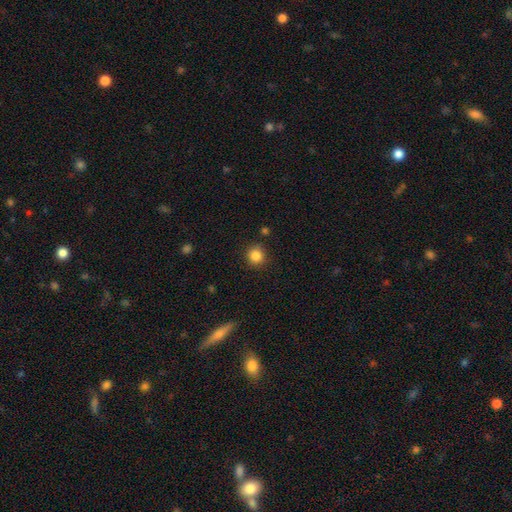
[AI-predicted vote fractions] This appears to be a smooth galaxy with no disk features (85%) that is round (92%). Merging: none (87%).